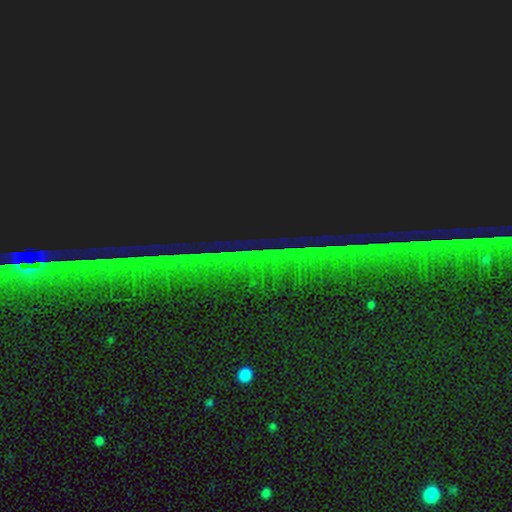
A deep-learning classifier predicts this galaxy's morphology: Overall: star or artifact (86%).